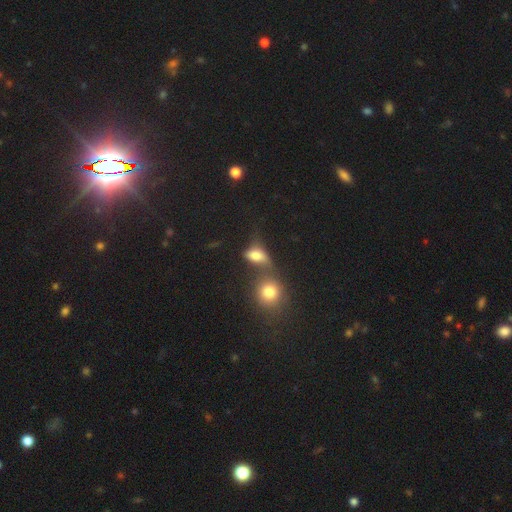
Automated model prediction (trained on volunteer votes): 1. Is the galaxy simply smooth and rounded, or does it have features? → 69% smooth, 16% featured or disk, 15% star or artifact.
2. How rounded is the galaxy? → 70% in between, 25% round, 5% cigar-shaped.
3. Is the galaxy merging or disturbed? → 47% merger, 25% none, 14% major disturbance, 13% minor disturbance.